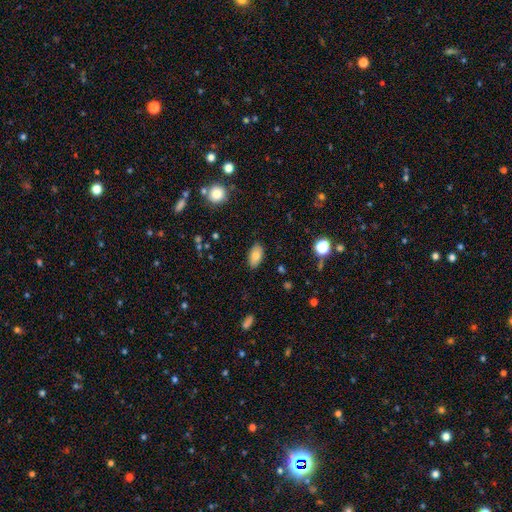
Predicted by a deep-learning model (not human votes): A smooth galaxy with no disk features (79%) that is in between round and cigar-shaped (93%).

Vote fractions:
- Smooth or featured? smooth: 79% / featured or disk: 12% / star or artifact: 9%
- How rounded? in between: 93% / round: 5% / cigar-shaped: 3%
- Merging? none: 86% / minor disturbance: 11% / major disturbance: 2% / merger: 1%